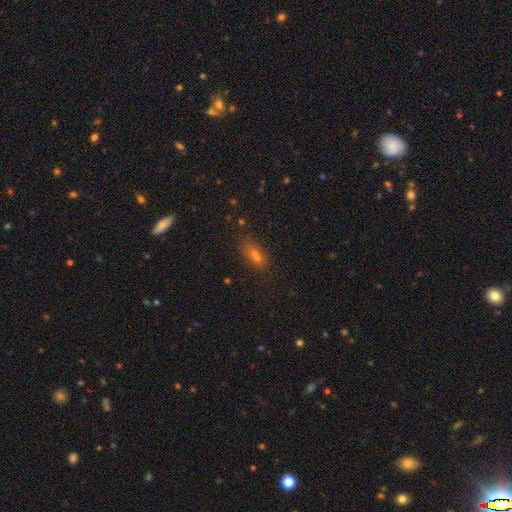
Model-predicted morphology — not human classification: Smooth or featured? smooth (60%)
How rounded? in between (60%)
Merging? none (74%)